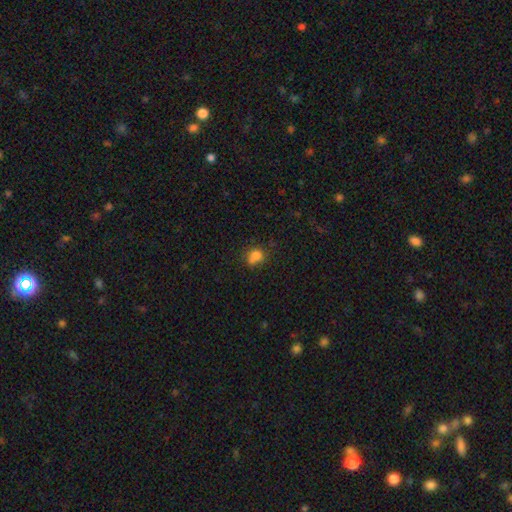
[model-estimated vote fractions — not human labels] Smooth or featured?
  - smooth: 78% *
  - star or artifact: 12%
  - featured or disk: 10%
How rounded?
  - round: 68% *
  - in between: 31%
  - cigar-shaped: 1%
Merging?
  - none: 48% *
  - merger: 25%
  - minor disturbance: 19%
  - major disturbance: 7%